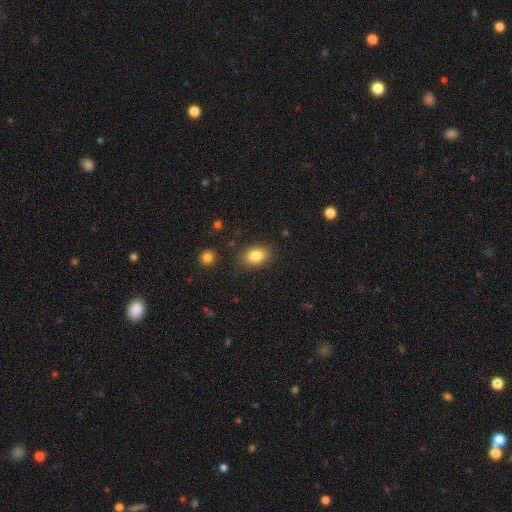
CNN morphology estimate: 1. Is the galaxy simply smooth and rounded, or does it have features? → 83% smooth, 9% star or artifact, 8% featured or disk.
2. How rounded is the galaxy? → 78% in between, 21% round, 1% cigar-shaped.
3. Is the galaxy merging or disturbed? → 84% none, 11% minor disturbance, 3% major disturbance, 2% merger.